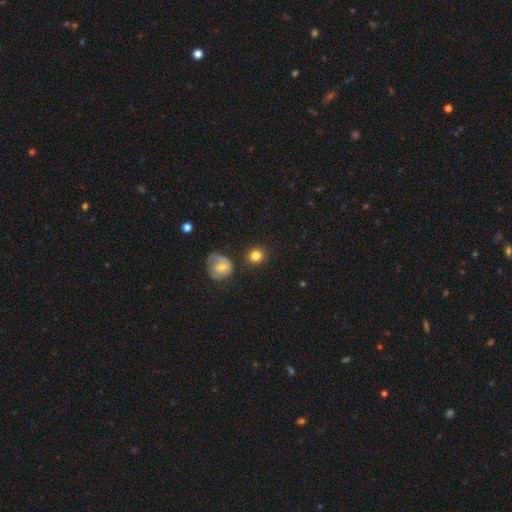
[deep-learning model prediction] Smooth or featured? Predicted: smooth (p=0.82). How rounded? Predicted: round (p=0.87). Merging? Predicted: none (p=0.83).